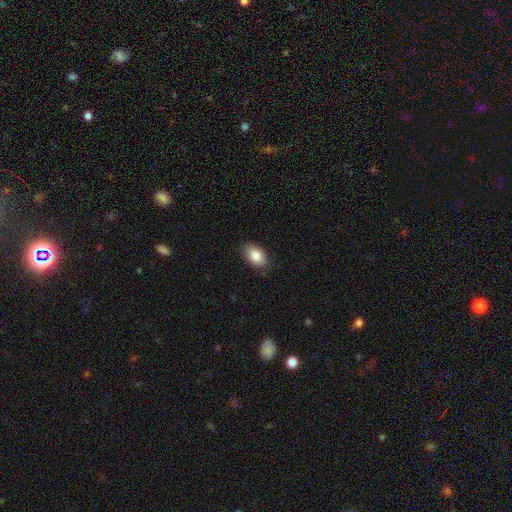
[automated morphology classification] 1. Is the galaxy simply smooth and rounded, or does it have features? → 85% smooth, 8% star or artifact, 7% featured or disk.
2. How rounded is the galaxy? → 89% in between, 10% round, 1% cigar-shaped.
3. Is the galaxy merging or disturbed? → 87% none, 10% minor disturbance, 2% major disturbance, 1% merger.